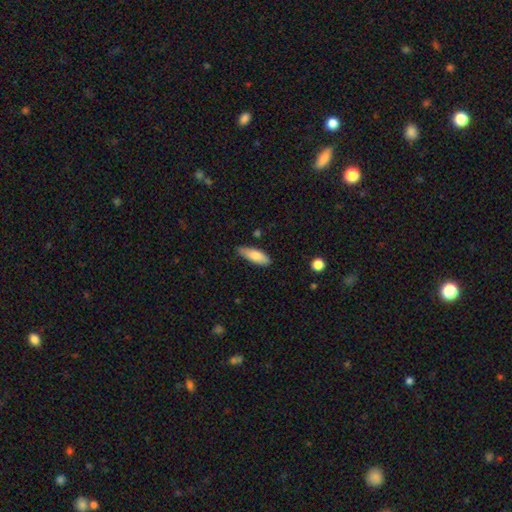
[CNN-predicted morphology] A smooth galaxy with no disk features (81%) that is in between round and cigar-shaped (63%).

Vote fractions:
- Smooth or featured? smooth: 81% / featured or disk: 13% / star or artifact: 6%
- How rounded? in between: 63% / cigar-shaped: 35% / round: 2%
- Merging? none: 76% / minor disturbance: 19% / major disturbance: 3% / merger: 2%